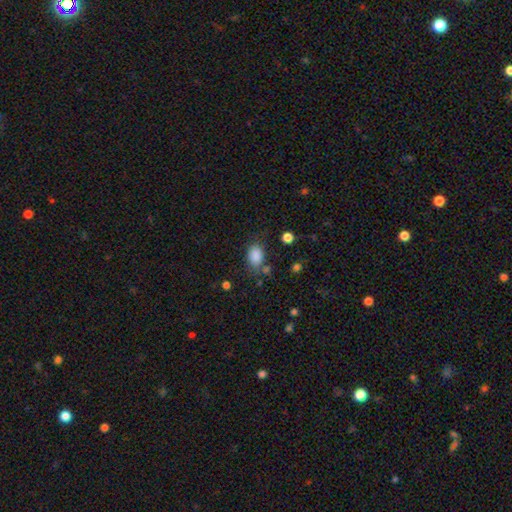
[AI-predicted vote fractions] Smooth or featured? smooth (86%)
How rounded? in between (82%)
Merging? none (67%)